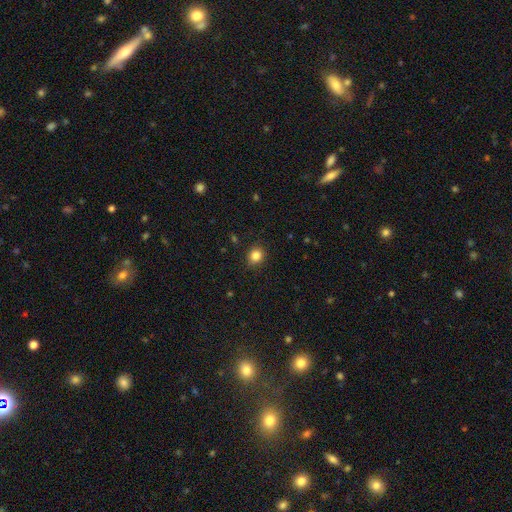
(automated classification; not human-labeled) smooth 85%, star or artifact 11%, featured or disk 5%. Down the decision tree: how rounded — round (68%); merging — none (87%).